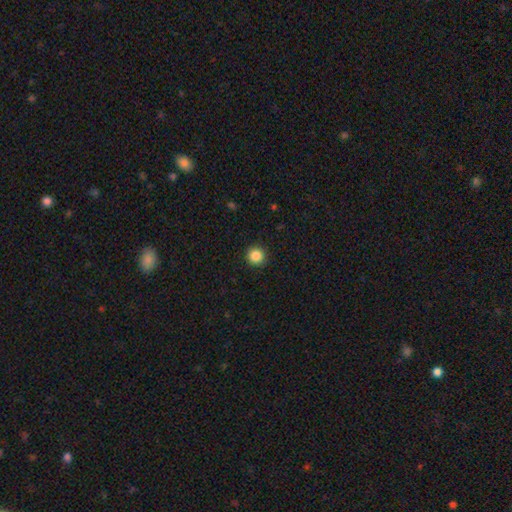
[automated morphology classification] Overall: smooth (86%). How rounded: round (96%). Merging: none (93%).